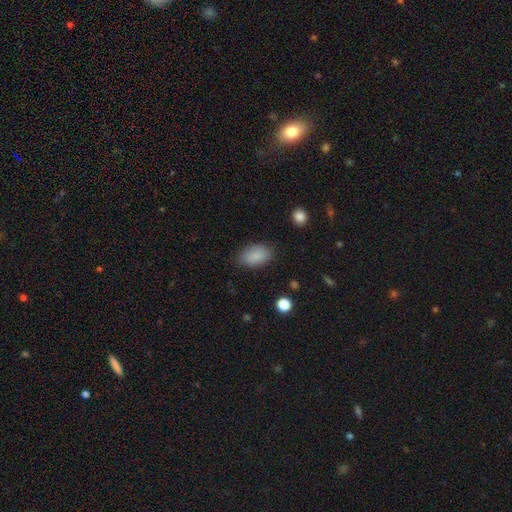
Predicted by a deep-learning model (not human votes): Overall: smooth (87%). How rounded: in between (91%). Merging: none (81%).